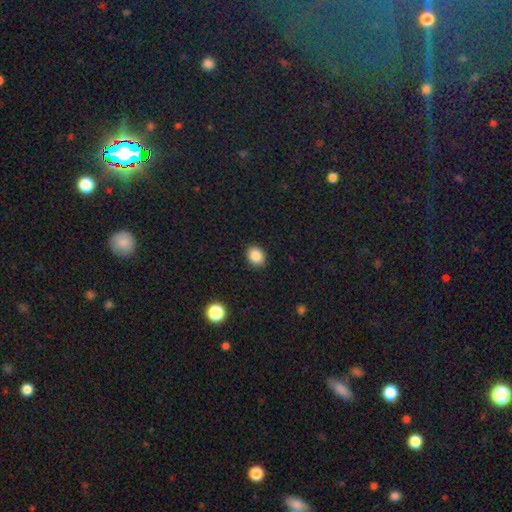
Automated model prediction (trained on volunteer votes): The model was most divided on "how rounded": round: 53%, in between: 46%, cigar-shaped: 1%. More confident: merging — none (90%); smooth or featured — smooth (87%).